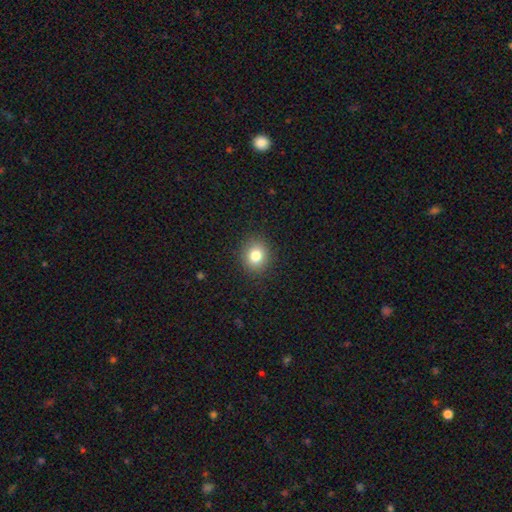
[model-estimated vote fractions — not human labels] smooth_or_featured: smooth (p=0.81) [alt: star or artifact p=0.11]
how_rounded: round (p=0.76) [alt: in between p=0.23]
merging: none (p=0.90) [alt: minor disturbance p=0.07]